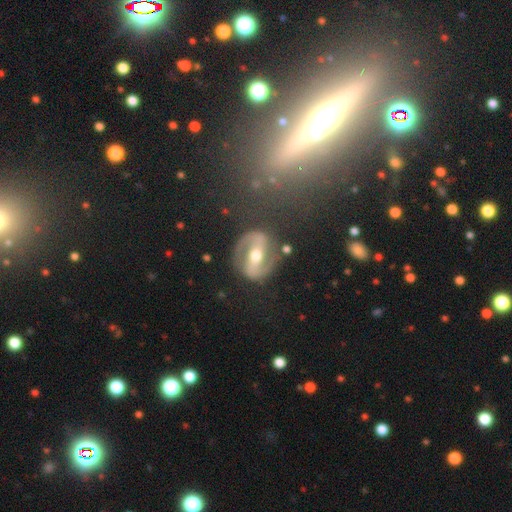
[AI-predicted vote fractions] Overall: featured or disk (88%). Edge-on disk: no (97%). Bar: strong (61%; weak 25%). Spiral arms: yes (94%). Spiral arm count: 2 (93%). Spiral winding: medium (51%; loose 25%). Bulge size: moderate (66%; small 29%). Merging: none (83%).